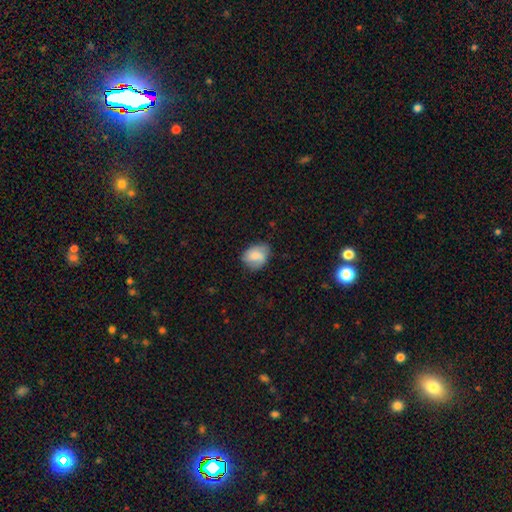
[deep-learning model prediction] A smooth galaxy with no disk features (73%) that is in between round and cigar-shaped (58%). Merging: none (63%).